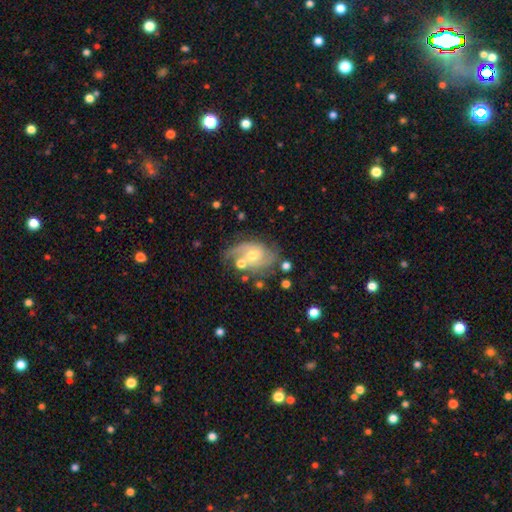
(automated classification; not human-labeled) Morphology: type=featured or disk (81%); edge-on=no (97%); bar=no (57%); spiral arms=yes (95%); winding=medium (49%); arm count=2 (67%); bulge=moderate (58%); merging=none (59%).